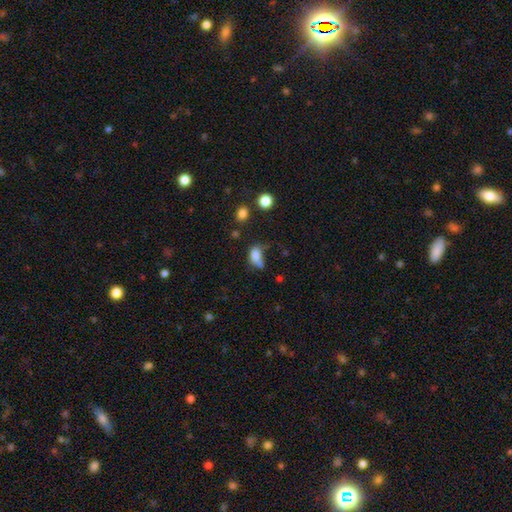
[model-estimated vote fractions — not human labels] Overall: smooth (75%). How rounded: in between (79%). Merging: none (28%; minor disturbance 27%).